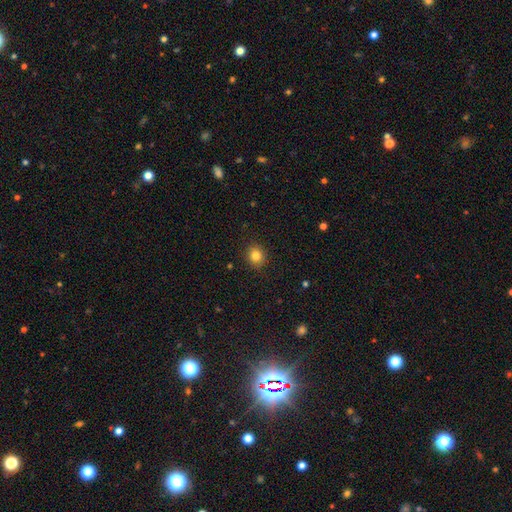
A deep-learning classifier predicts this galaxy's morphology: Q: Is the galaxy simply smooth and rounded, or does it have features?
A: smooth — 83%.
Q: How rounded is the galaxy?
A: round — 82%.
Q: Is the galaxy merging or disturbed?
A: none — 91%.